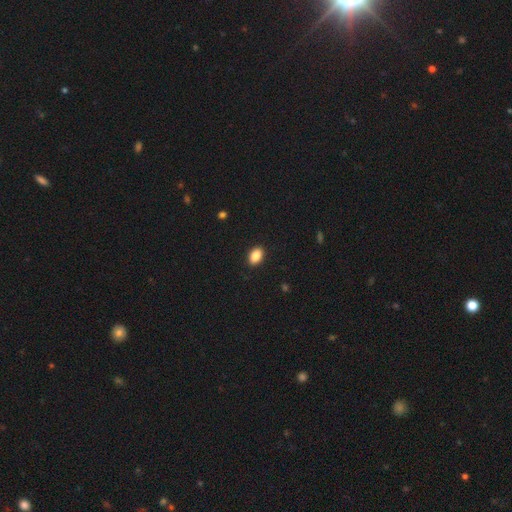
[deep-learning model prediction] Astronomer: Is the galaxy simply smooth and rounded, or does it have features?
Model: smooth — 87%.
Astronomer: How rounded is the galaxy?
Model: in between — 86%.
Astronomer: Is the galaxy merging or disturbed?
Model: none — 90%.